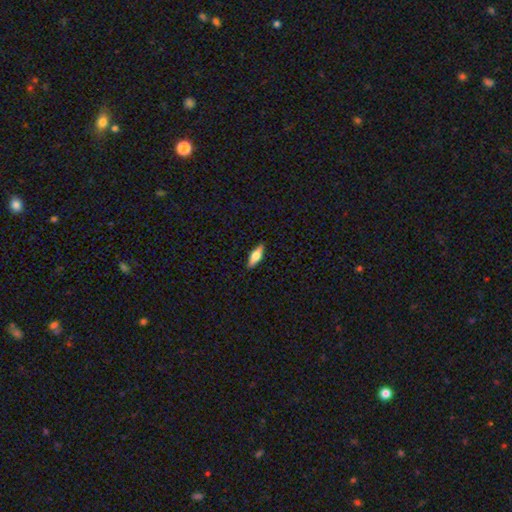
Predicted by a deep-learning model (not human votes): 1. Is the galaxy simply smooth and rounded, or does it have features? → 59% smooth, 34% featured or disk, 6% star or artifact.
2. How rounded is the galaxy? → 58% in between, 40% cigar-shaped, 3% round.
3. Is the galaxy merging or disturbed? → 89% none, 8% minor disturbance, 2% major disturbance, 1% merger.